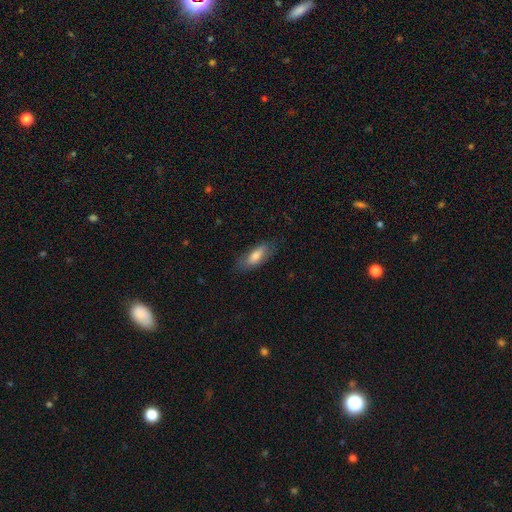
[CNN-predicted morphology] A smooth galaxy with no disk features (76%) that is in between round and cigar-shaped (69%).

Vote fractions:
- Smooth or featured? smooth: 76% / featured or disk: 18% / star or artifact: 7%
- How rounded? in between: 69% / cigar-shaped: 28% / round: 2%
- Merging? none: 73% / minor disturbance: 20% / major disturbance: 5% / merger: 1%